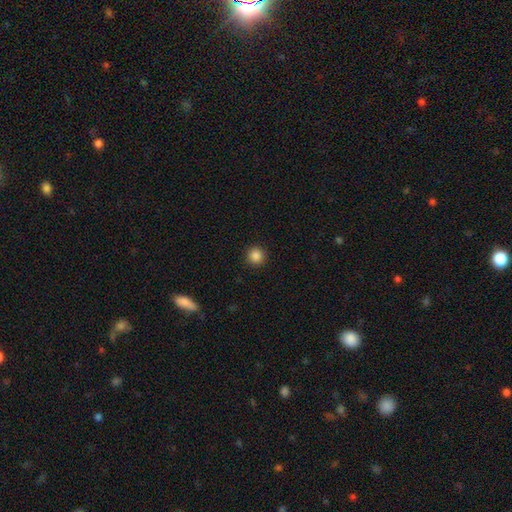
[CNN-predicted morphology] type=smooth (87%); roundness=round (94%); merging=none (92%).